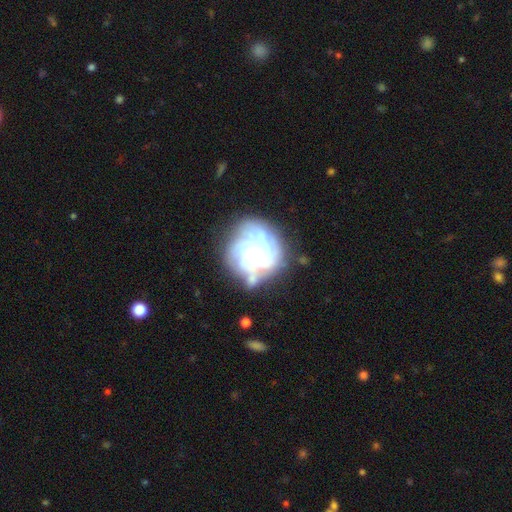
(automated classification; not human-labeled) featured or disk 77%, smooth 16%, star or artifact 8%. Down the decision tree: edge-on disk — no (97%); bar — no (78%); spiral arms — yes (79%); spiral arm count — can't tell (39%); spiral winding — tight (58%); bulge size — moderate (67%); merging — none (57%).